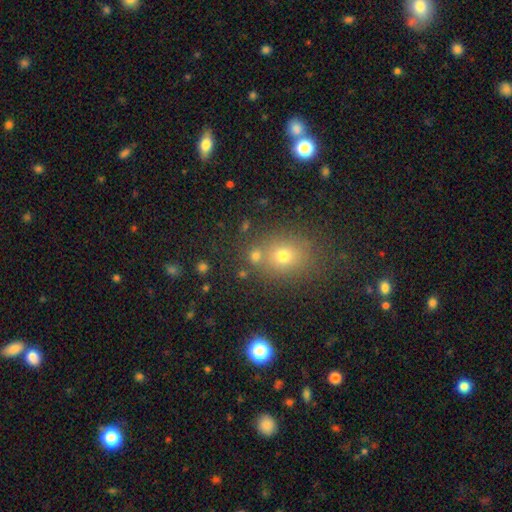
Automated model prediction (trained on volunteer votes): Smooth or featured? smooth (69%)
How rounded? round (73%)
Merging? none (67%)